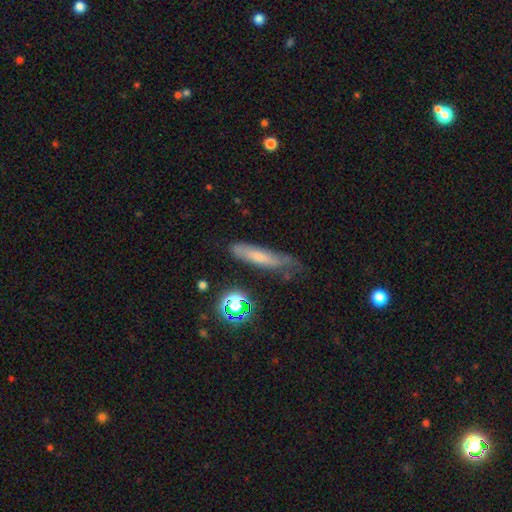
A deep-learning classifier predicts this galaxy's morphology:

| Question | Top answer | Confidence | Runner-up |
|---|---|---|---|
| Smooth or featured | smooth | 53% | featured or disk (33%) |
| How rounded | cigar-shaped | 77% | in between (18%) |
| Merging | none | 52% | minor disturbance (31%) |